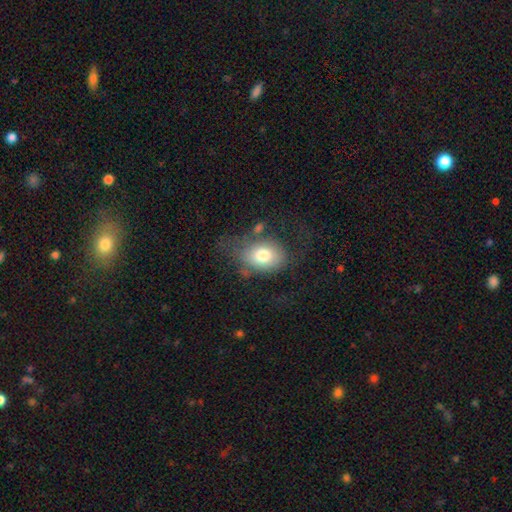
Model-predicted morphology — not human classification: This appears to be a smooth galaxy with no disk features (67%) that is in between round and cigar-shaped (68%). Merging: none (47%).